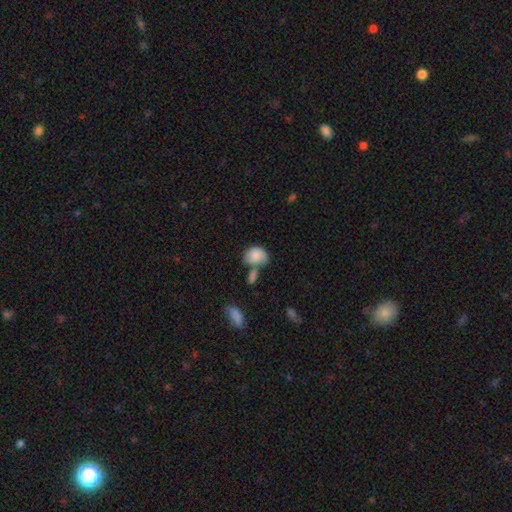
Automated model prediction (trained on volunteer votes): Smooth or featured?
  - smooth: 82% *
  - featured or disk: 11%
  - star or artifact: 7%
How rounded?
  - in between: 58% *
  - round: 40%
  - cigar-shaped: 1%
Merging?
  - none: 35% *
  - merger: 34%
  - minor disturbance: 21%
  - major disturbance: 10%